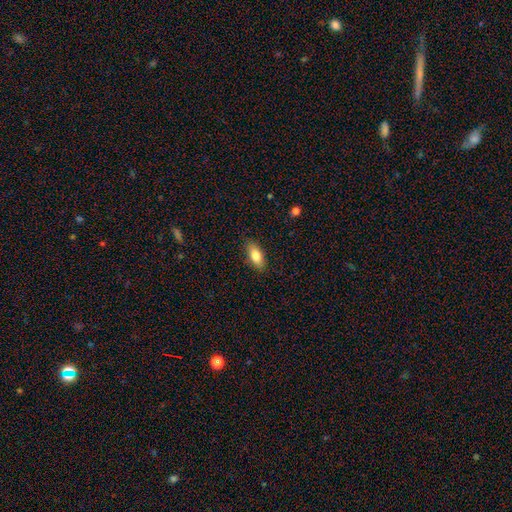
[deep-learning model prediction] This is clearly a smooth galaxy (80%). How rounded: clearly in between (84%). Merging: clearly none (86%).